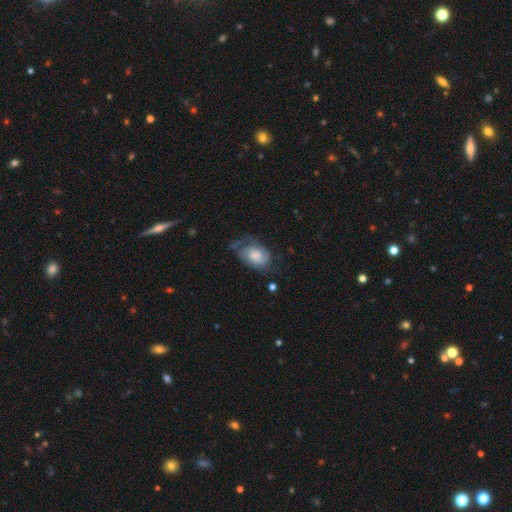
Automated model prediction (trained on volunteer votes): Smooth or featured: featured or disk — 54% (smooth — 38%)
Edge-on disk: no — 96% (yes — 4%)
Bar: no — 72% (weak — 24%)
Spiral arms: yes — 84% (no — 16%)
Bulge size: large — 32% (moderate — 28%)
Merging: none — 45% (minor disturbance — 29%)